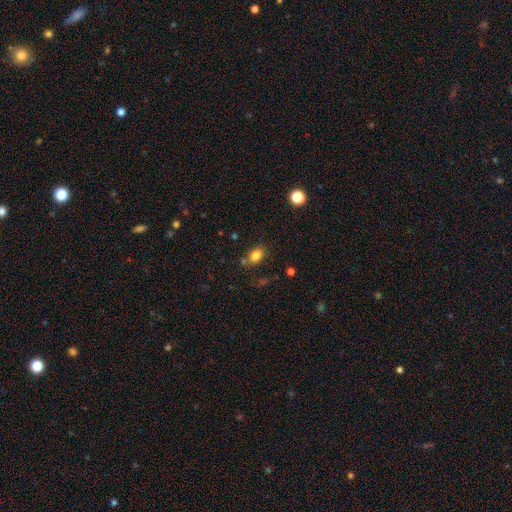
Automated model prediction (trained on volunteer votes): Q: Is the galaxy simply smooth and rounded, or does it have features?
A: smooth — 82%.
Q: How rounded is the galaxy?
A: in between — 72%.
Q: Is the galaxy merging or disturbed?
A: none — 75%.